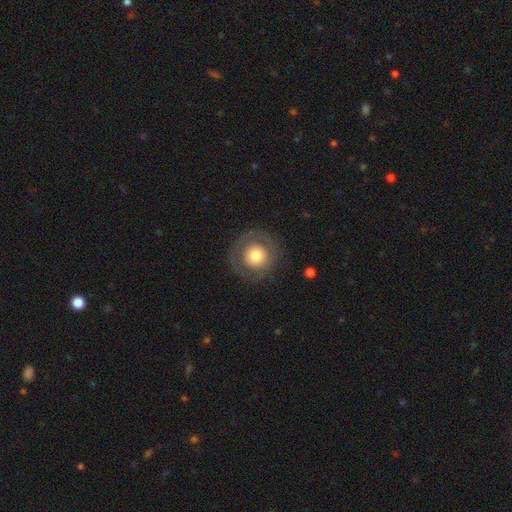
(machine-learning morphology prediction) Smooth or featured? Predicted: smooth (p=0.60). How rounded? Predicted: round (p=0.94). Merging? Predicted: none (p=0.81).